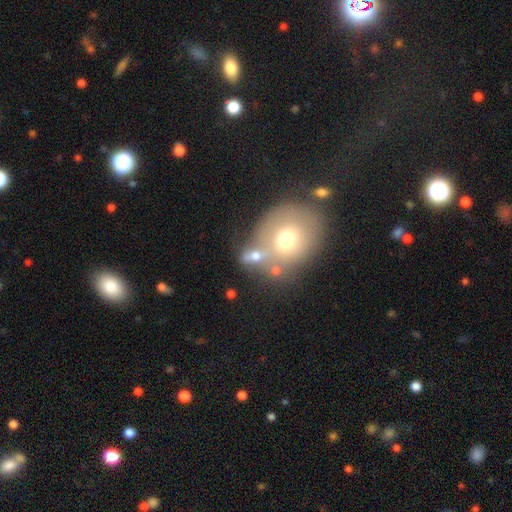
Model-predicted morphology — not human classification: This appears to be a smooth galaxy with no disk features (62%) that is round (50%). Merging: merger (47%).